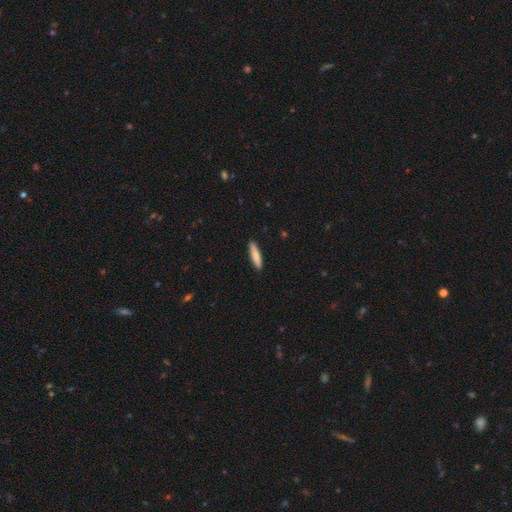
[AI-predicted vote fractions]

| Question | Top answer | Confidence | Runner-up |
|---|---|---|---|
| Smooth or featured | smooth | 80% | featured or disk (15%) |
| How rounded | cigar-shaped | 84% | in between (15%) |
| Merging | none | 91% | minor disturbance (7%) |